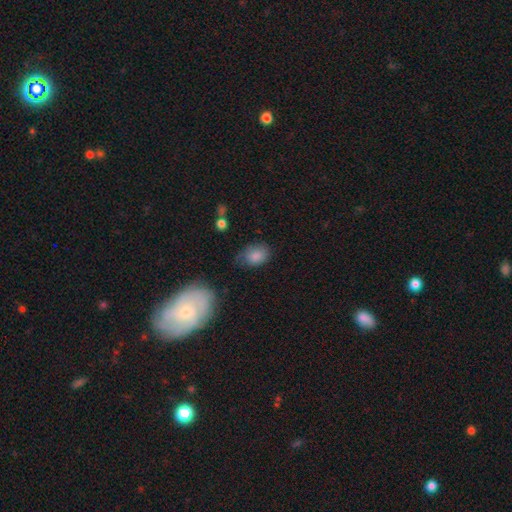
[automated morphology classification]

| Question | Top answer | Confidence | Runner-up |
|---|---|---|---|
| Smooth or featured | smooth | 83% | star or artifact (9%) |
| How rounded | in between | 72% | round (27%) |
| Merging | none | 60% | minor disturbance (29%) |